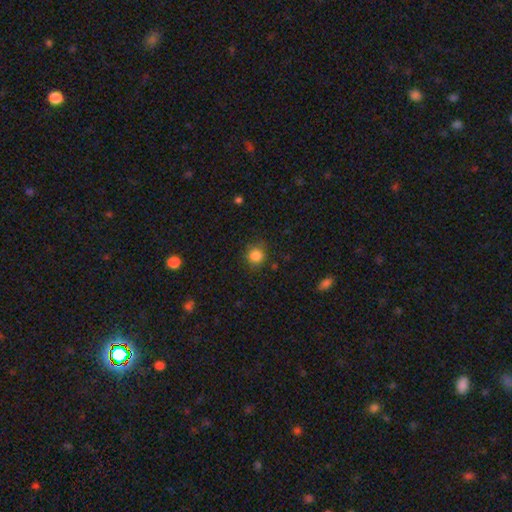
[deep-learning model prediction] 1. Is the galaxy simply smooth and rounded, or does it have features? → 84% smooth, 12% star or artifact, 4% featured or disk.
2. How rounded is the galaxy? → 88% round, 11% in between, 1% cigar-shaped.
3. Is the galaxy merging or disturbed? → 81% none, 14% minor disturbance, 4% major disturbance, 2% merger.